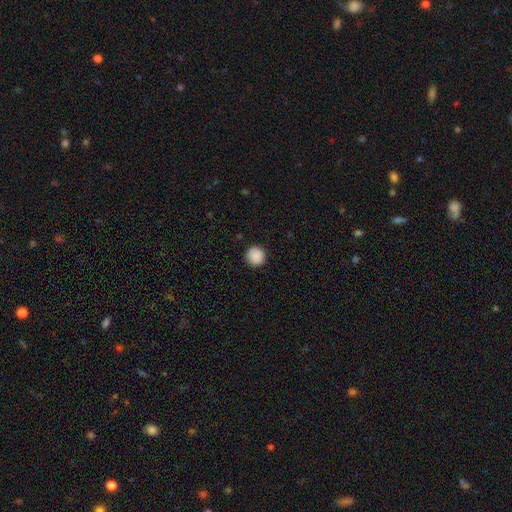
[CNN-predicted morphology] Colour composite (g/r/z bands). It shows a smooth galaxy with no disk features (90%) that is round (95%). Merging: none (92%).